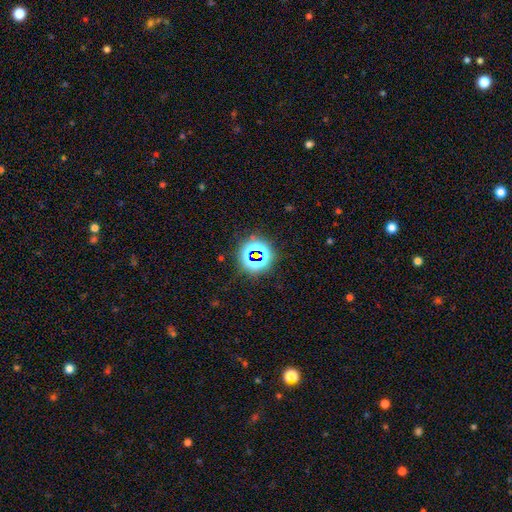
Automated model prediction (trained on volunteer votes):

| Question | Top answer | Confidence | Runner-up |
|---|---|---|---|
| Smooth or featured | star or artifact | 71% | smooth (20%) |